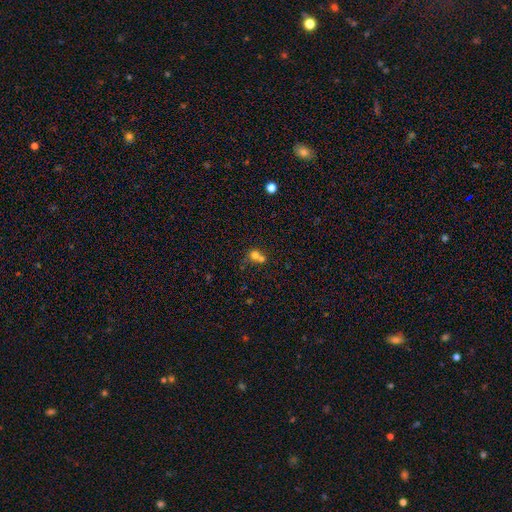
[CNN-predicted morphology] Smooth or featured? smooth (70%)
How rounded? round (81%)
Merging? merger (58%)